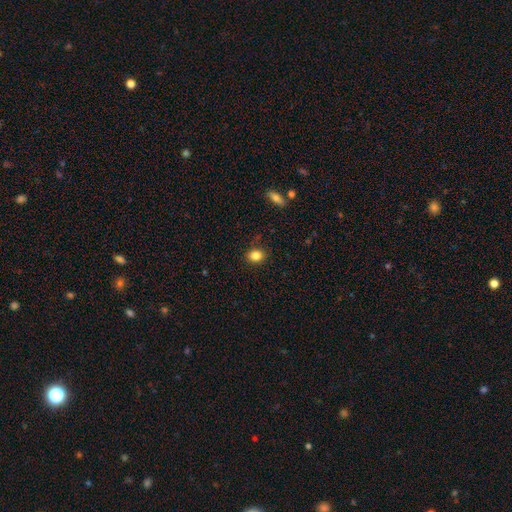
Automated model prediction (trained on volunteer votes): smooth-or-featured: smooth: 85% | star or artifact: 10% | featured or disk: 5%
  how-rounded: round: 50% | in between: 49% | cigar-shaped: 1%
  merging: none: 85% | minor disturbance: 10% | major disturbance: 3% | merger: 1%